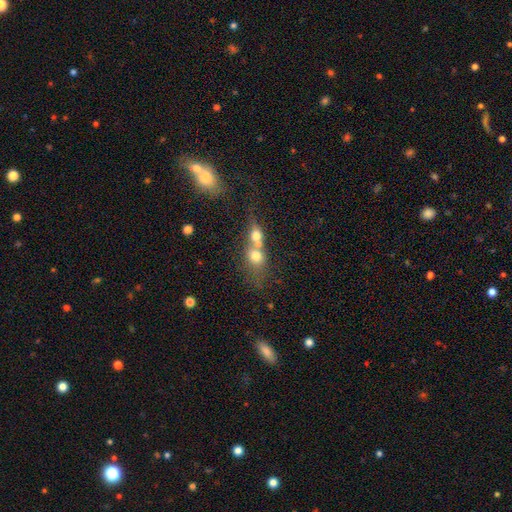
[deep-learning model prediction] smooth_or_featured: smooth (p=0.66) [alt: featured or disk p=0.22]
how_rounded: round (p=0.60) [alt: in between p=0.35]
merging: merger (p=0.66) [alt: none p=0.22]